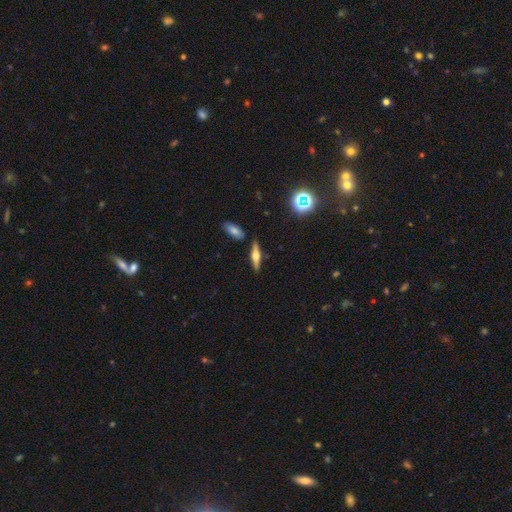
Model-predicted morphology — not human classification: type=featured or disk (61%); edge-on=yes (95%); edge-on bulge=rounded (90%); merging=none (85%).